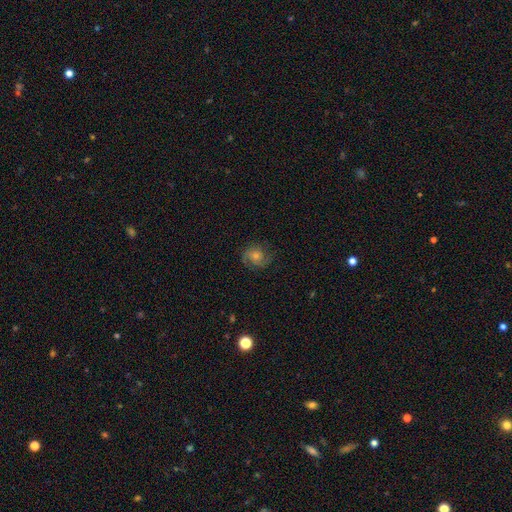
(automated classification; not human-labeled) smooth_or_featured: featured or disk (p=0.70) [alt: smooth p=0.19]
disk_edge_on: no (p=0.97) [alt: yes p=0.03]
bar: no (p=0.73) [alt: weak p=0.23]
has_spiral_arms: yes (p=0.94) [alt: no p=0.06]
spiral_winding: tight (p=0.45) [alt: medium p=0.42]
spiral_arm_count: 2 (p=0.59) [alt: can't tell p=0.16]
bulge_size: moderate (p=0.53) [alt: small p=0.39]
merging: none (p=0.79) [alt: minor disturbance p=0.14]